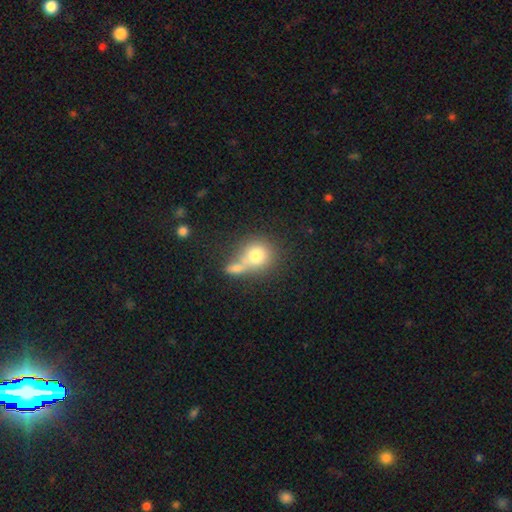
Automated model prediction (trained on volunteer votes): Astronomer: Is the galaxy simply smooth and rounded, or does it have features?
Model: smooth — 76%.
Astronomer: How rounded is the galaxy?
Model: round — 80%.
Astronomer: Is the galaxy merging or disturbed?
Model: merger — 45% (runner-up: none, 35%).